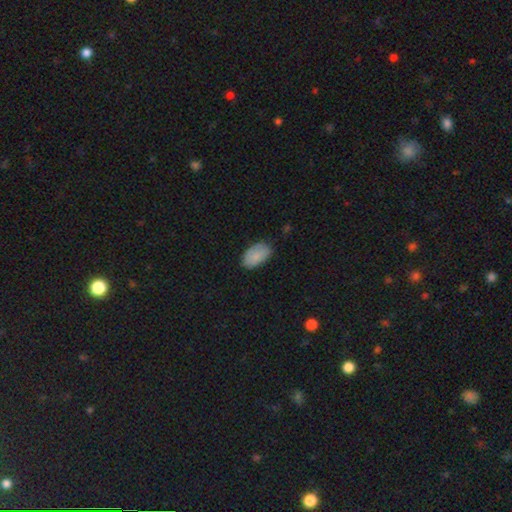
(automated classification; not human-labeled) smooth 85%, featured or disk 8%, star or artifact 7%. Down the decision tree: how rounded — in between (94%); merging — none (75%).